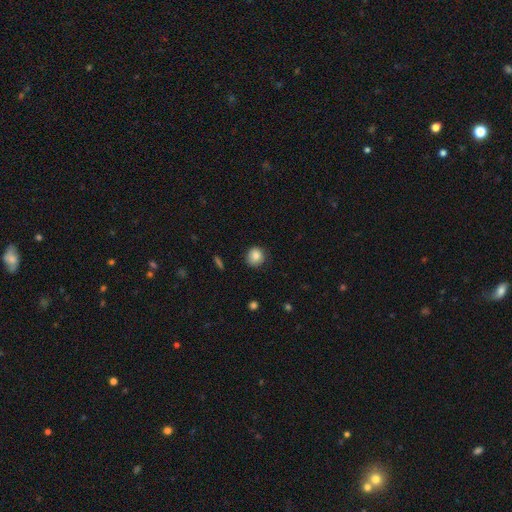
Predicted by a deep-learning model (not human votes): Overall: smooth (85%). How rounded: round (86%). Merging: none (82%).